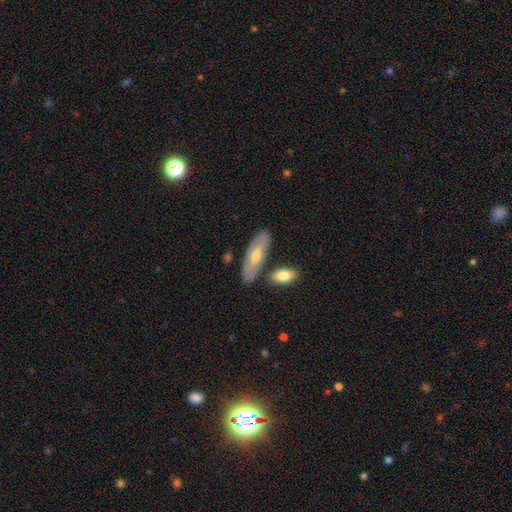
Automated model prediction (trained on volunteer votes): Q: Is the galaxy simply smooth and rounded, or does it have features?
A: smooth — 49%.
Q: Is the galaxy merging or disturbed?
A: none — 75%.